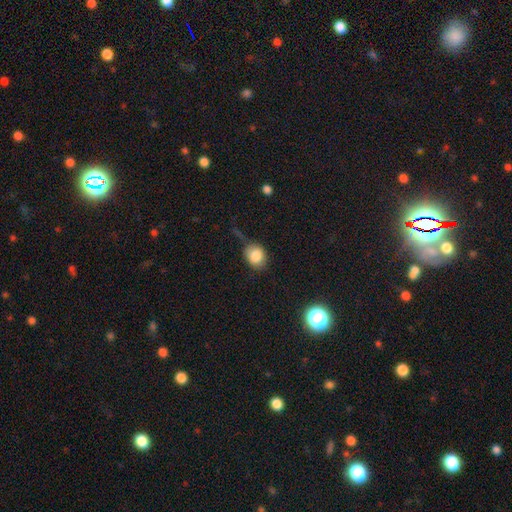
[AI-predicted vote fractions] A smooth galaxy with no disk features (82%) that is round (62%).

Vote fractions:
- Smooth or featured? smooth: 82% / star or artifact: 10% / featured or disk: 8%
- How rounded? round: 62% / in between: 36% / cigar-shaped: 1%
- Merging? none: 60% / minor disturbance: 25% / major disturbance: 10% / merger: 5%